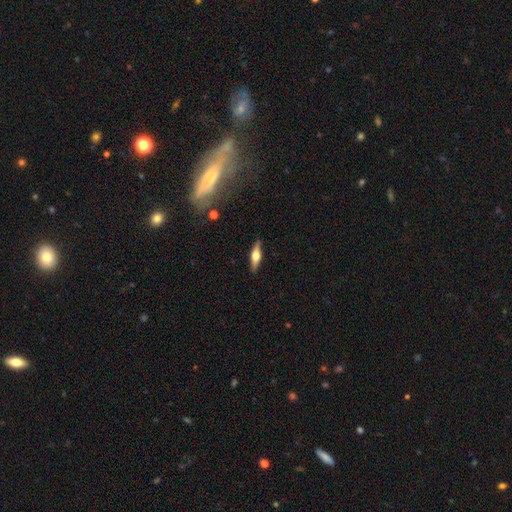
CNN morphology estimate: Q: Smooth or featured?
A: featured or disk (59%); runner-up: smooth (35%)
Q: Edge-on disk?
A: yes (94%); runner-up: no (6%)
Q: Edge-on bulge?
A: rounded (93%); runner-up: boxy (5%)
Q: Merging?
A: none (88%); runner-up: minor disturbance (9%)